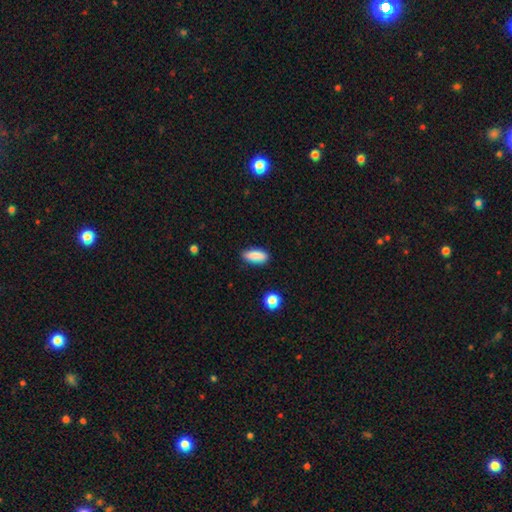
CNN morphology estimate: This is clearly a smooth galaxy (88%). How rounded: likely in between (79%). Merging: clearly none (84%).